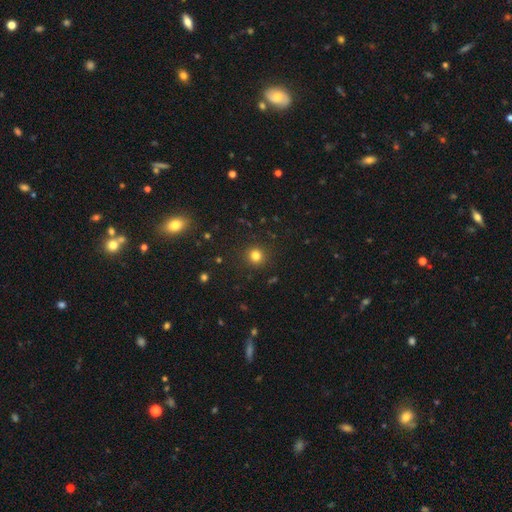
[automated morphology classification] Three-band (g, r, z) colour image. It shows a smooth galaxy with no disk features (80%) that is round (94%). Merging: none (91%).